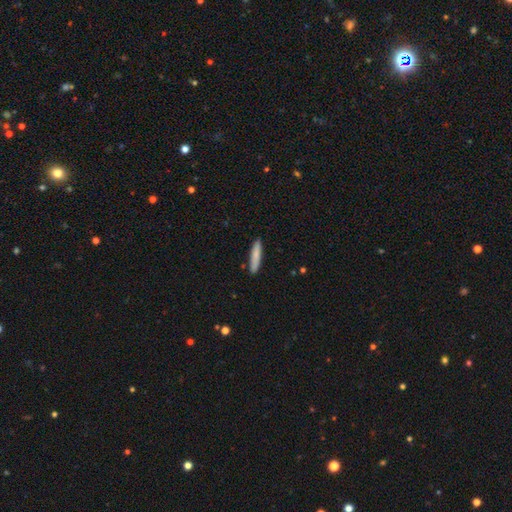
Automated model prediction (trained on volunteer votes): This appears to be a smooth galaxy with no disk features (82%) that is cigar-shaped (88%). Merging: none (89%).